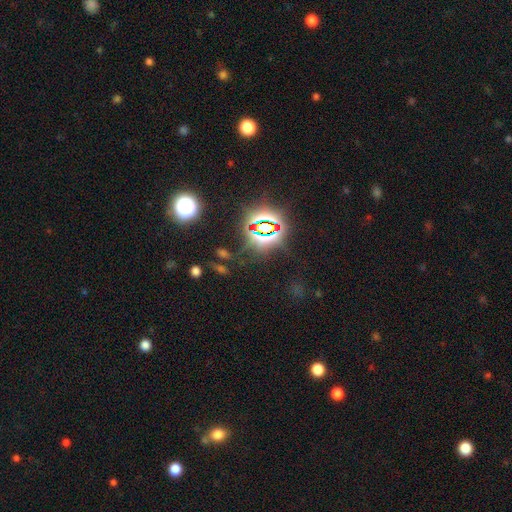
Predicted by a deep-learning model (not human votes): A star or artifact, not a galaxy (81%).

Vote fractions:
- Smooth or featured? star or artifact: 81% / smooth: 12% / featured or disk: 7%